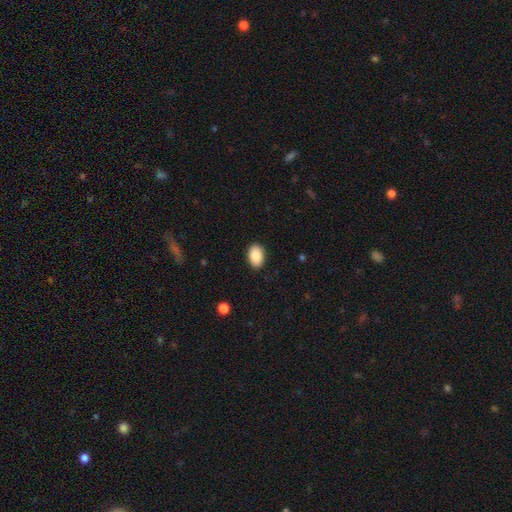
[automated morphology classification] smooth_or_featured: smooth (p=0.88) [alt: star or artifact p=0.07]
how_rounded: in between (p=0.88) [alt: round p=0.11]
merging: none (p=0.89) [alt: minor disturbance p=0.09]